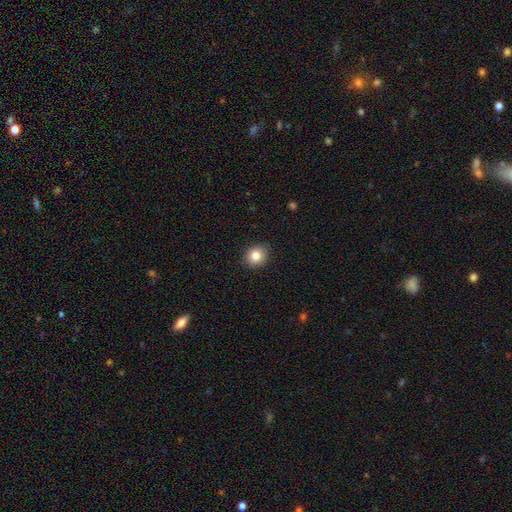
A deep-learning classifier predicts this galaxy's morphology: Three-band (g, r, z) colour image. It shows a smooth galaxy with no disk features (83%) that is round (68%). Merging: none (88%).